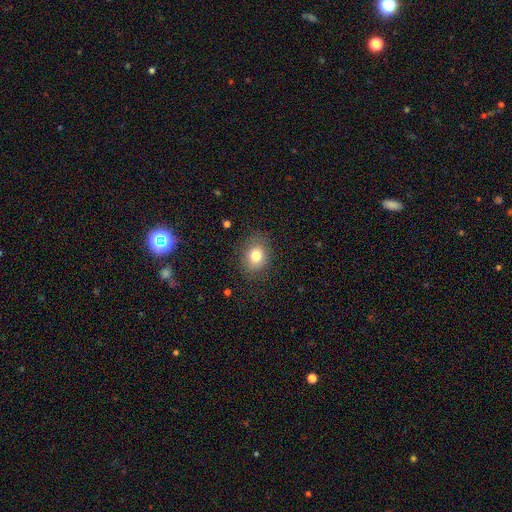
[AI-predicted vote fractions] Smooth or featured: smooth — 79% (featured or disk — 11%)
How rounded: round — 52% (in between — 47%)
Merging: none — 81% (minor disturbance — 13%)